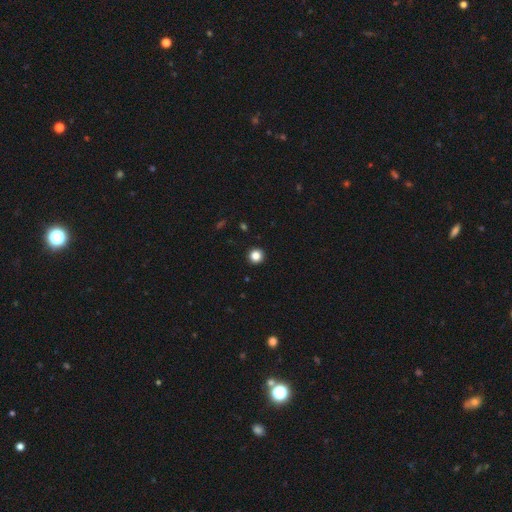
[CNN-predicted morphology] The model was most divided on "smooth or featured": smooth: 85%, star or artifact: 12%, featured or disk: 3%. More confident: how rounded — round (95%); merging — none (94%).